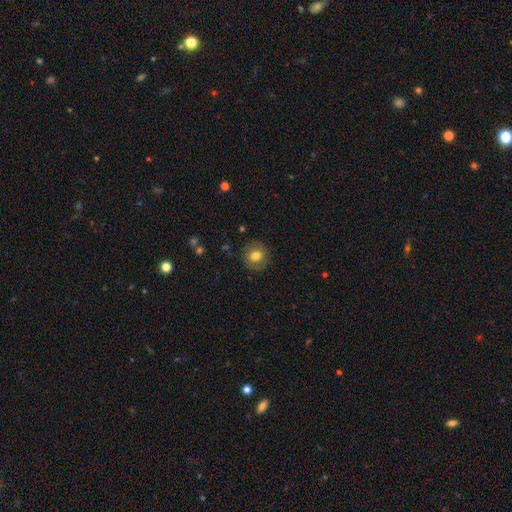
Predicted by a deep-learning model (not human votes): smooth-or-featured: smooth: 76% | featured or disk: 15% | star or artifact: 9%
  how-rounded: round: 89% | in between: 10% | cigar-shaped: 1%
  merging: none: 88% | minor disturbance: 8% | major disturbance: 3% | merger: 1%